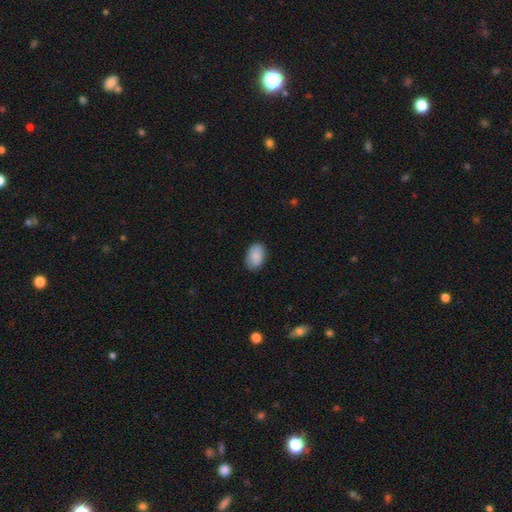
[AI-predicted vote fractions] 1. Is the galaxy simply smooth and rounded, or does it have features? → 88% smooth, 6% star or artifact, 6% featured or disk.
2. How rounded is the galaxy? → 90% in between, 9% round, 1% cigar-shaped.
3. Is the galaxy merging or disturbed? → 83% none, 13% minor disturbance, 3% major disturbance, 1% merger.